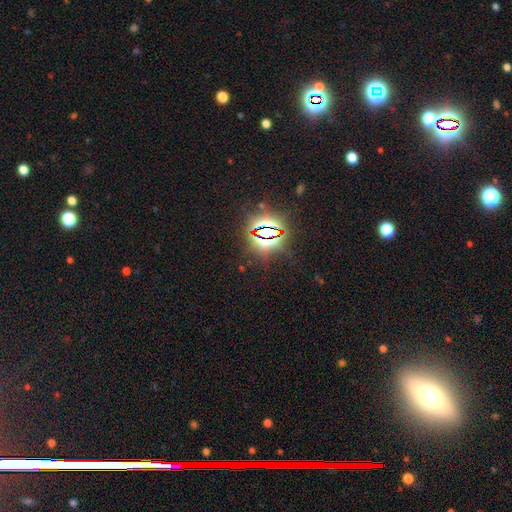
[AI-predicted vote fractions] Smooth or featured? star or artifact (83%)